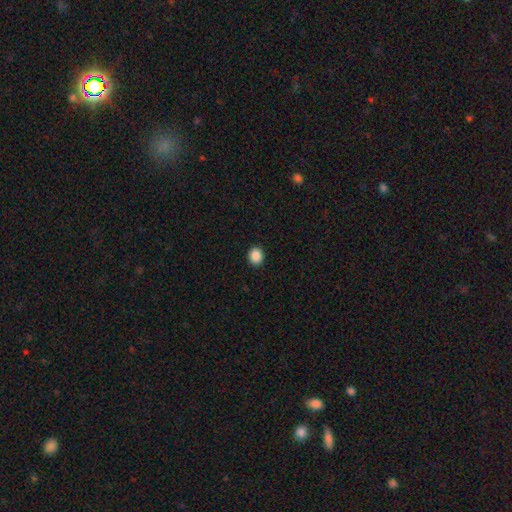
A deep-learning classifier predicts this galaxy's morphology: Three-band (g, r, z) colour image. It shows a smooth galaxy with no disk features (88%) that is round (65%). Merging: none (92%).